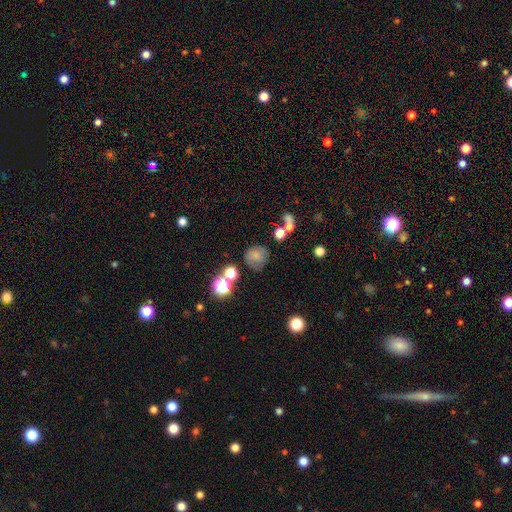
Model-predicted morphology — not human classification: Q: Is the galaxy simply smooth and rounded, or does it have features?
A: smooth — 62%.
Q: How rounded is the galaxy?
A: round — 83%.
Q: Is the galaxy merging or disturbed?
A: none — 60%.